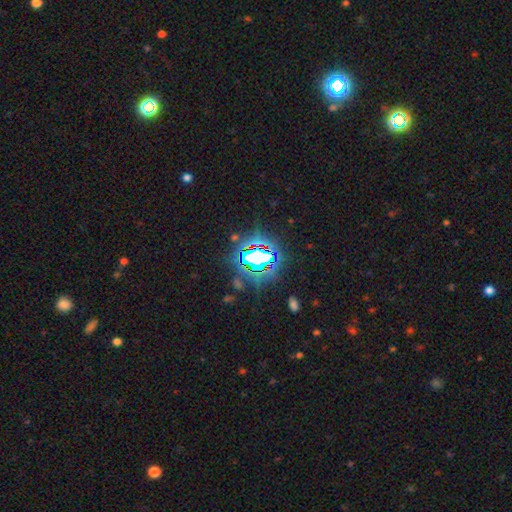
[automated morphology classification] A star or artifact, not a galaxy (82%).

Vote fractions:
- Smooth or featured? star or artifact: 82% / smooth: 11% / featured or disk: 7%